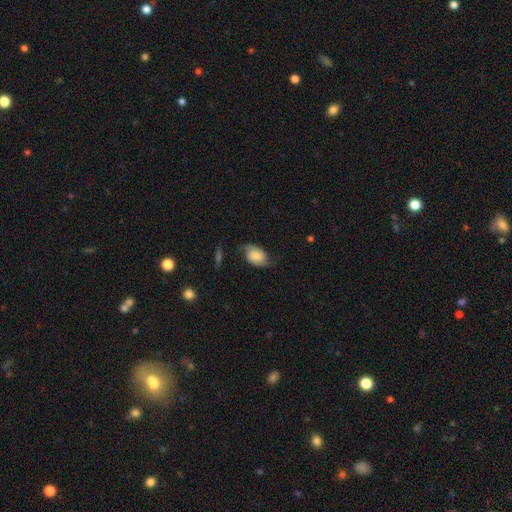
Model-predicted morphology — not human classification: This appears to be a smooth galaxy with no disk features (49%). Merging: none (60%).